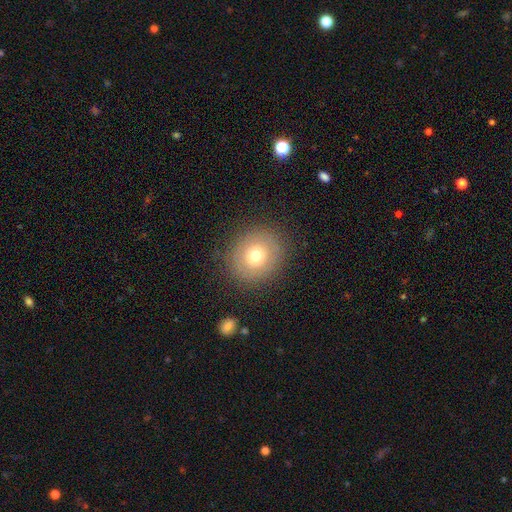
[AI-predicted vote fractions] Morphology: type=smooth (66%); roundness=round (82%); merging=none (85%).